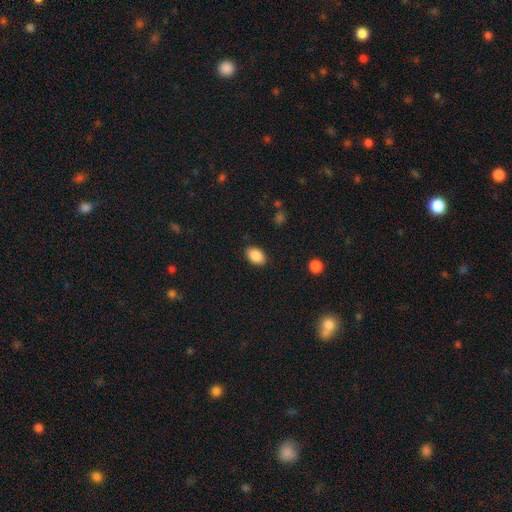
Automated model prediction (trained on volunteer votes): Smooth or featured?
  - smooth: 87% *
  - star or artifact: 7%
  - featured or disk: 5%
How rounded?
  - in between: 87% *
  - round: 12%
  - cigar-shaped: 1%
Merging?
  - none: 88% *
  - minor disturbance: 9%
  - major disturbance: 2%
  - merger: 1%